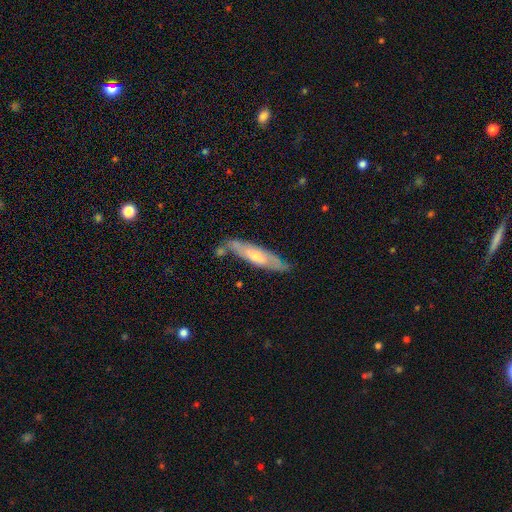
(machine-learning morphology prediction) A featured or disk galaxy (60%) viewed edge-on (55%).

Vote fractions:
- Smooth or featured? featured or disk: 60% / smooth: 34% / star or artifact: 6%
- Edge-on disk? yes: 55% / no: 45%
- Merging? none: 74% / minor disturbance: 18% / merger: 5% / major disturbance: 4%